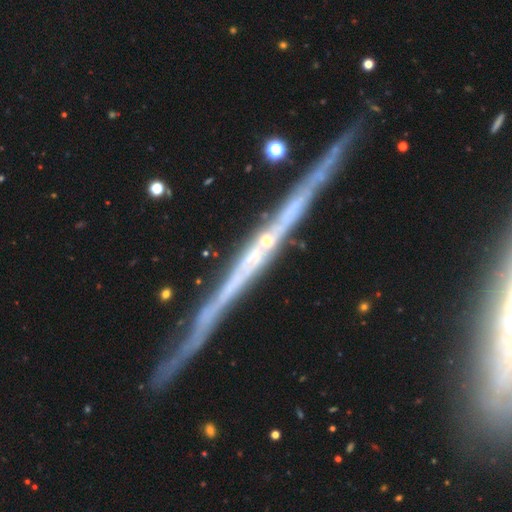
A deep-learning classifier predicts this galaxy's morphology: Smooth or featured? featured or disk (79%)
Edge-on disk? yes (93%)
Edge-on bulge? none (63%)
Merging? none (81%)